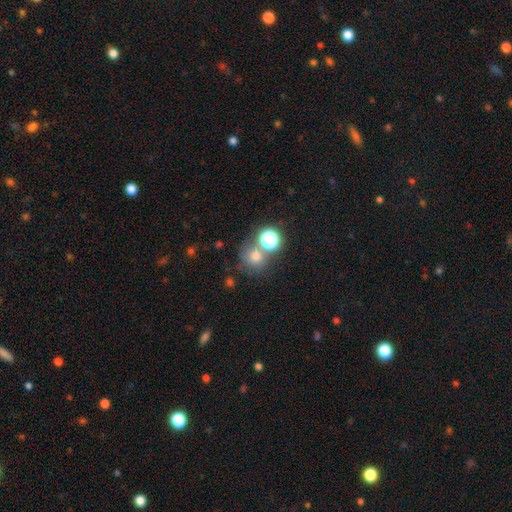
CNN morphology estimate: smooth_or_featured: smooth (p=0.67) [alt: star or artifact p=0.23]
how_rounded: round (p=0.84) [alt: in between p=0.15]
merging: none (p=0.55) [alt: merger p=0.28]